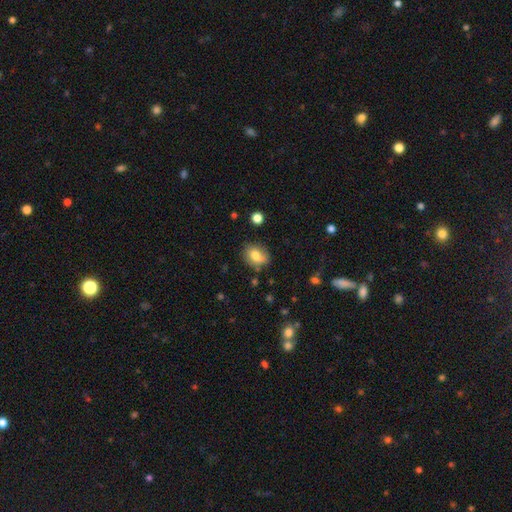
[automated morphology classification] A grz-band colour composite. It shows a smooth galaxy with no disk features (76%) that is in between round and cigar-shaped (54%). Merging: none (75%).